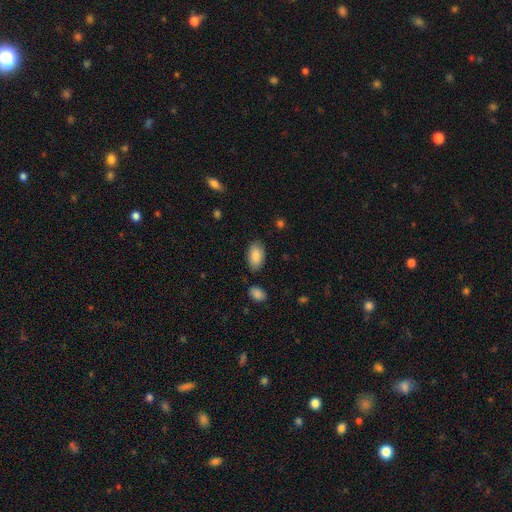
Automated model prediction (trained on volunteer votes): Smooth or featured? smooth (87%)
How rounded? in between (94%)
Merging? none (82%)